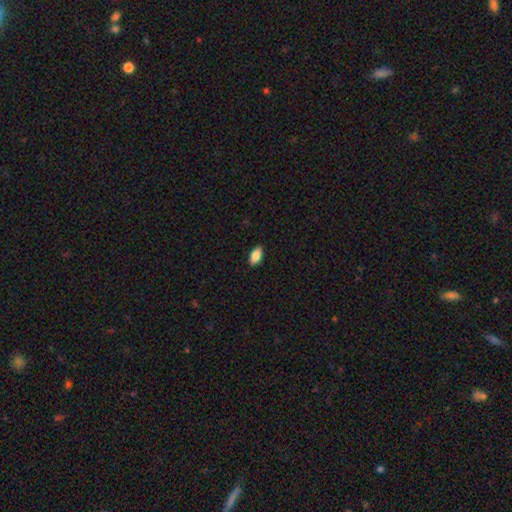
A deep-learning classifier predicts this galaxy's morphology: The model was most divided on "smooth or featured": smooth: 83%, featured or disk: 10%, star or artifact: 7%. More confident: how rounded — in between (90%); merging — none (88%).